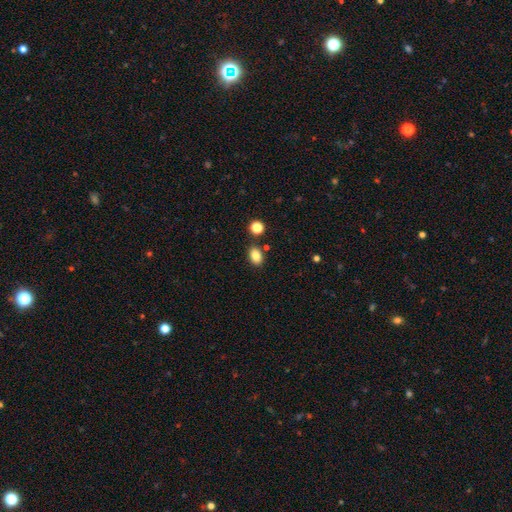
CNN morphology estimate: This is clearly a smooth galaxy (84%). How rounded: likely in between (79%). Merging: clearly none (82%).